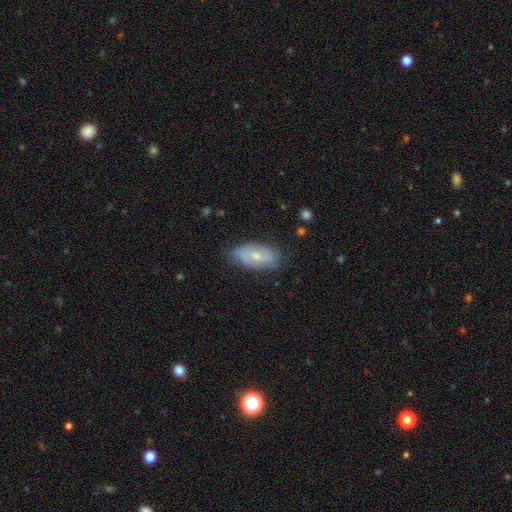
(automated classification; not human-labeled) Q: Smooth or featured?
A: featured or disk (51%); runner-up: smooth (41%)
Q: Edge-on disk?
A: no (88%); runner-up: yes (12%)
Q: Merging?
A: none (78%); runner-up: minor disturbance (17%)